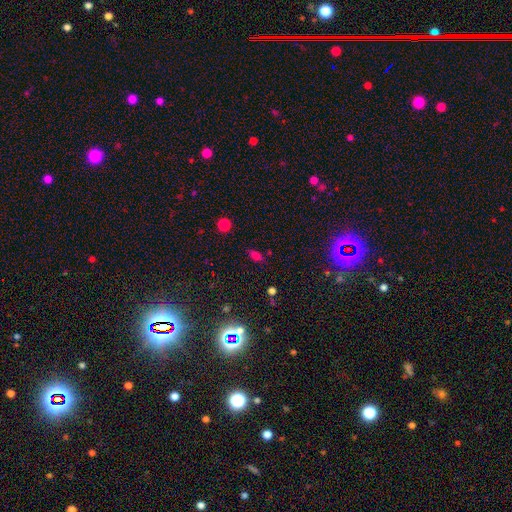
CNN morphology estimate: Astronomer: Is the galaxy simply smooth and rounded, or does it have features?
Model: smooth — 67%.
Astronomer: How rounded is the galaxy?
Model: in between — 77%.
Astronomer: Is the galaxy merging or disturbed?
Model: none — 79%.